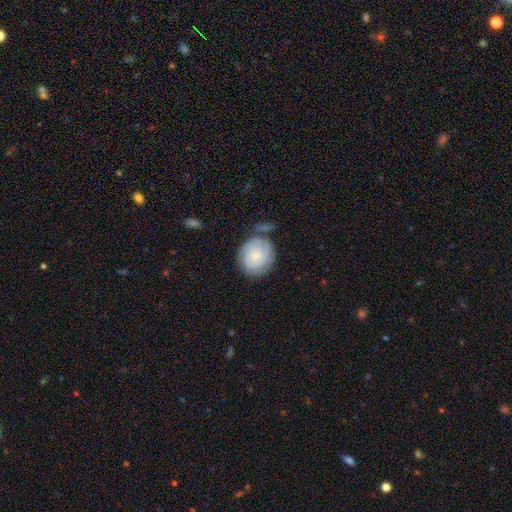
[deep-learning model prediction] Smooth or featured: smooth — 59% (featured or disk — 34%)
How rounded: round — 79% (in between — 20%)
Merging: none — 65% (minor disturbance — 20%)